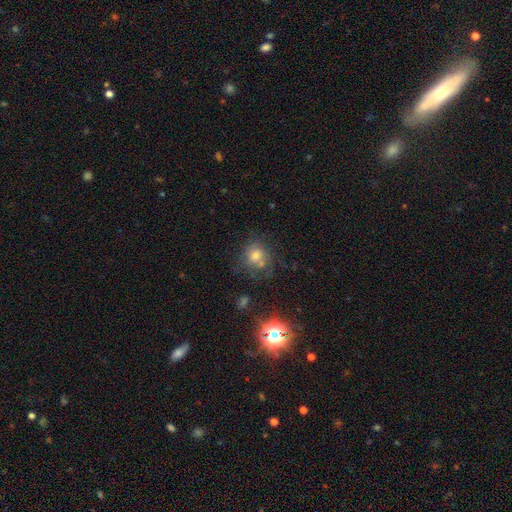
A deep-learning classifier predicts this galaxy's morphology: The model was most divided on "smooth or featured": smooth: 57%, star or artifact: 28%, featured or disk: 15%. More confident: how rounded — round (83%); merging — none (64%).